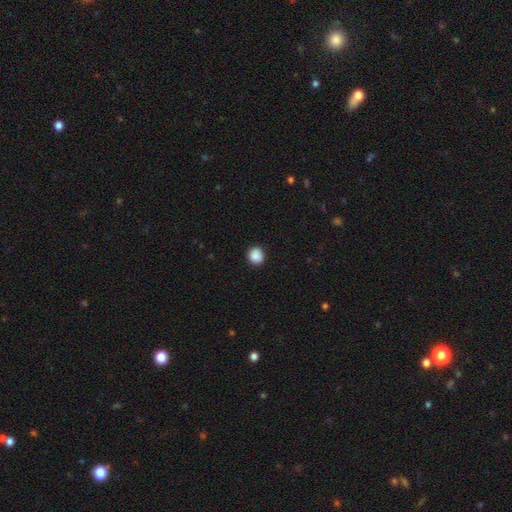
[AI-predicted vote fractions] Smooth or featured? smooth (88%)
How rounded? round (88%)
Merging? none (91%)